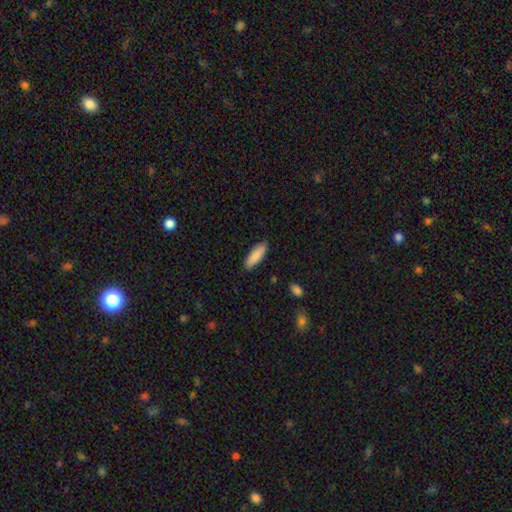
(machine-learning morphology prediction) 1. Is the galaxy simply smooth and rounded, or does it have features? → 87% smooth, 8% featured or disk, 6% star or artifact.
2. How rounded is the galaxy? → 50% in between, 49% cigar-shaped, 1% round.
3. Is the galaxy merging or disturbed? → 88% none, 9% minor disturbance, 2% major disturbance, 1% merger.